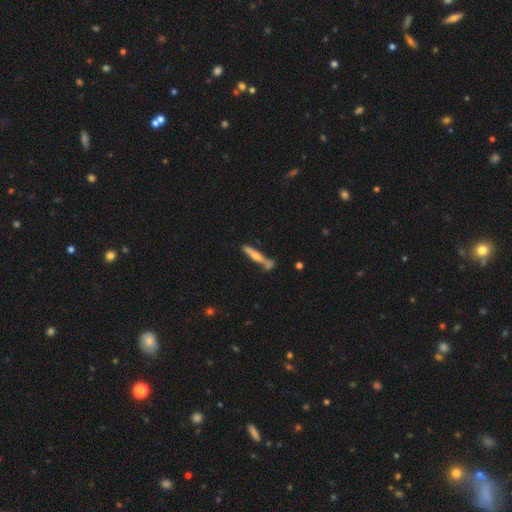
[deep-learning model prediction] Q: Smooth or featured?
A: featured or disk (57%); runner-up: smooth (36%)
Q: Edge-on disk?
A: yes (93%); runner-up: no (7%)
Q: Edge-on bulge?
A: rounded (83%); runner-up: none (10%)
Q: Merging?
A: none (63%); runner-up: minor disturbance (17%)